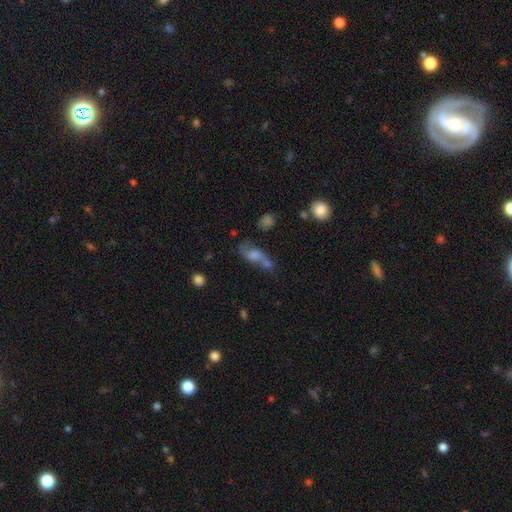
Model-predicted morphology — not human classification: A featured or disk galaxy (43%). Merging: merger (38%).